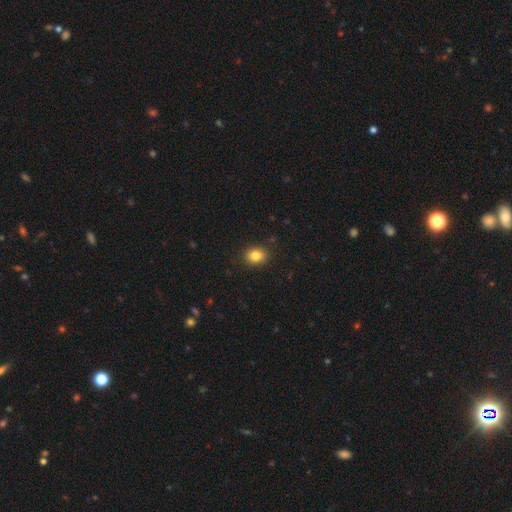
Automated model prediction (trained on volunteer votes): Smooth or featured? smooth (84%)
How rounded? round (51%)
Merging? none (89%)